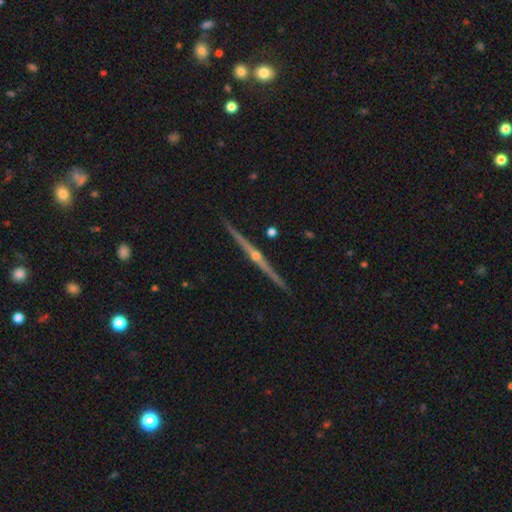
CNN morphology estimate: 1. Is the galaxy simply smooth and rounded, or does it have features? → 90% featured or disk, 5% star or artifact, 5% smooth.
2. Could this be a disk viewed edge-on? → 99% yes, 1% no.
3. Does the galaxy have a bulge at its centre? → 92% rounded, 5% none, 3% boxy.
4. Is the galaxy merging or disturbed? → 93% none, 5% minor disturbance, 1% merger, 1% major disturbance.